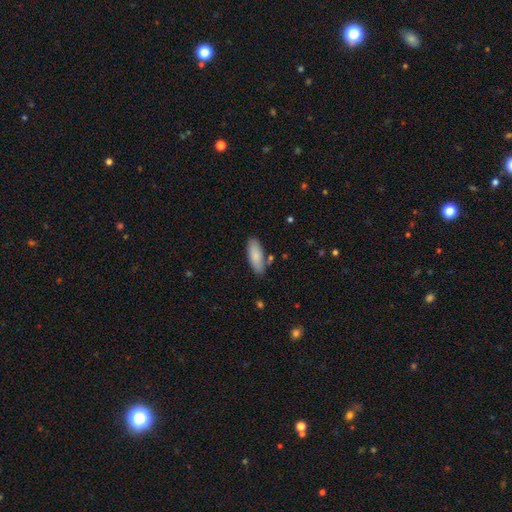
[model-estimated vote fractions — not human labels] smooth 85%, featured or disk 10%, star or artifact 6%. Down the decision tree: how rounded — in between (73%); merging — none (81%).